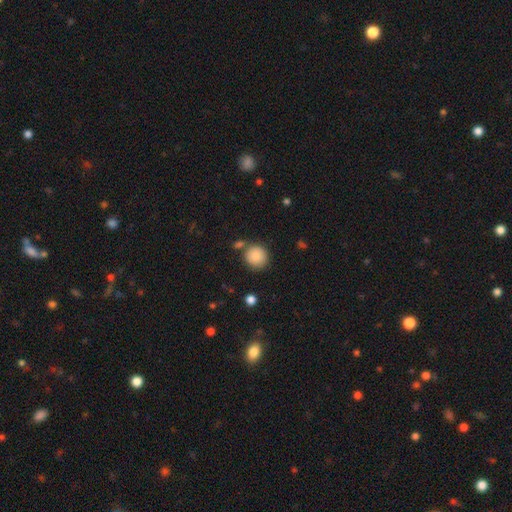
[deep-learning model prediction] Q: Smooth or featured?
A: smooth (85%); runner-up: star or artifact (9%)
Q: How rounded?
A: round (92%); runner-up: in between (7%)
Q: Merging?
A: none (76%); runner-up: minor disturbance (11%)